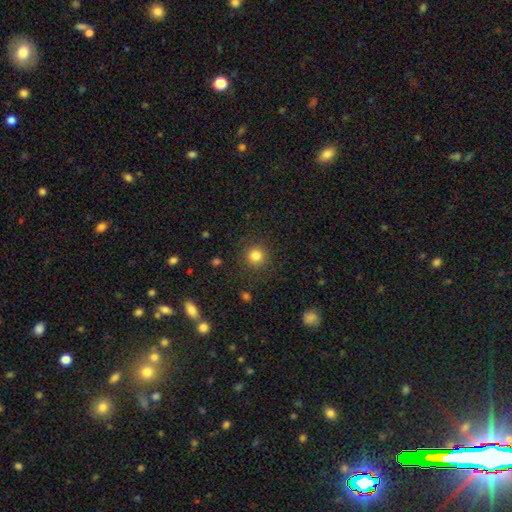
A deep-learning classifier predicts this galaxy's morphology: Overall: smooth (83%). How rounded: round (93%). Merging: none (88%).